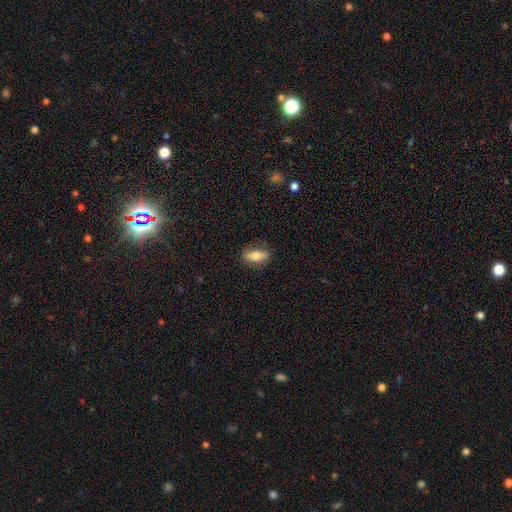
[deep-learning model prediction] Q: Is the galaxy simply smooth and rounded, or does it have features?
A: smooth — 66%.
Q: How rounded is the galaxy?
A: in between — 74%.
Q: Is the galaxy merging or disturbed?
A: none — 82%.